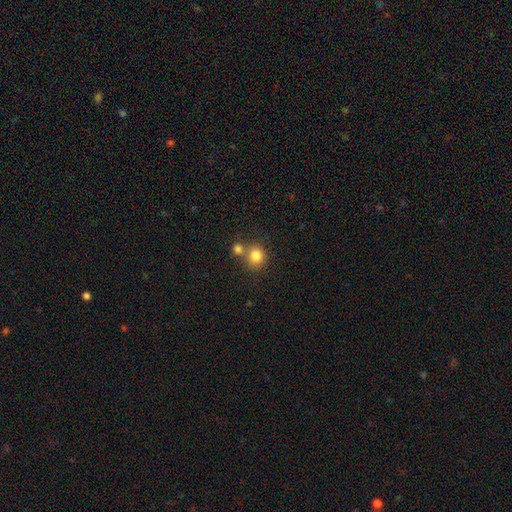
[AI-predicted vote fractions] This appears to be a smooth galaxy with no disk features (82%) that is round (83%). Merging: none (58%).